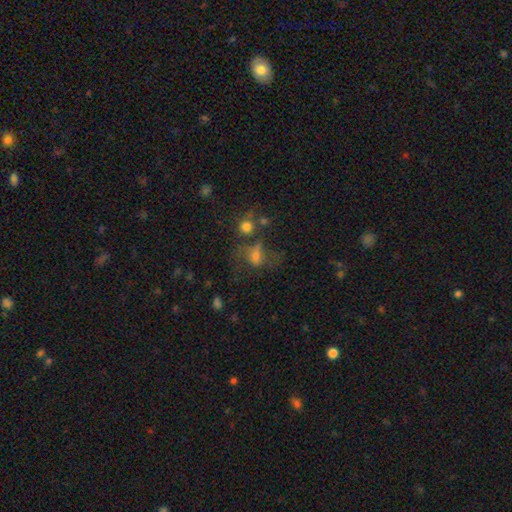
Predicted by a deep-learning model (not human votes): Overall: smooth (50%; featured or disk 29%). Merging: none (38%; major disturbance 28%).